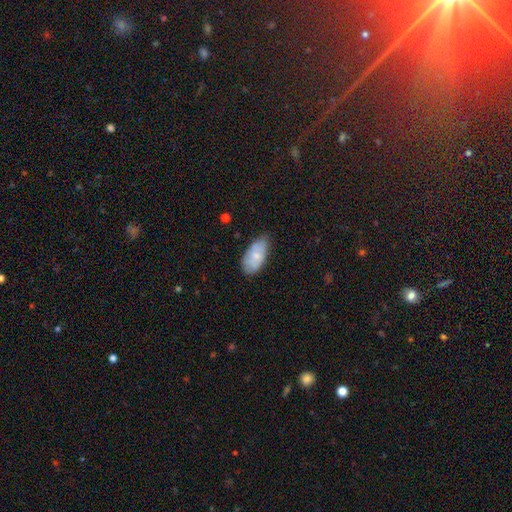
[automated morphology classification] This is likely a smooth galaxy (73%). How rounded: clearly in between (93%). Merging: likely none (64%).